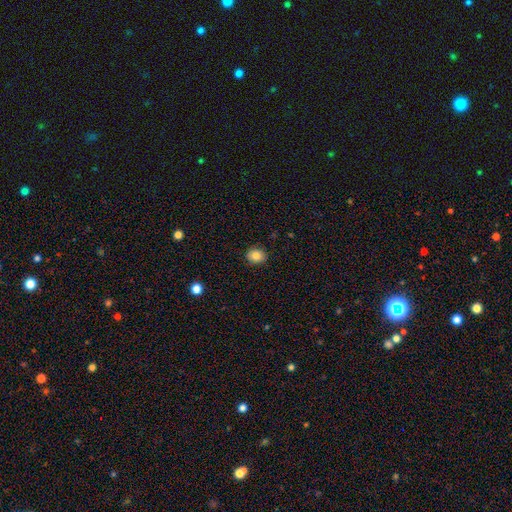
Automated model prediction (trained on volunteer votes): This appears to be a smooth galaxy with no disk features (85%) that is round (65%). Merging: none (88%).